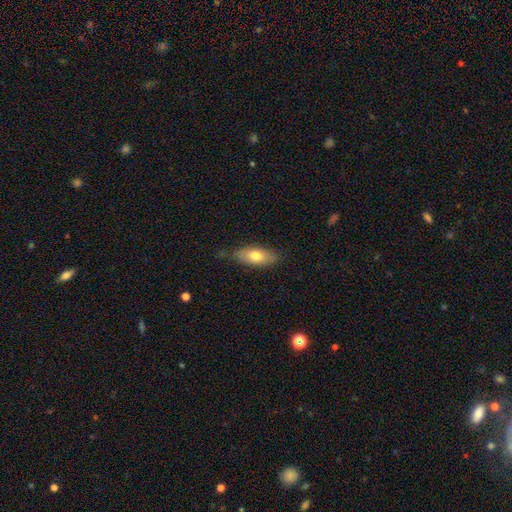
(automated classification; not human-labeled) Morphology: type=smooth (70%); roundness=in between (77%); merging=none (78%).